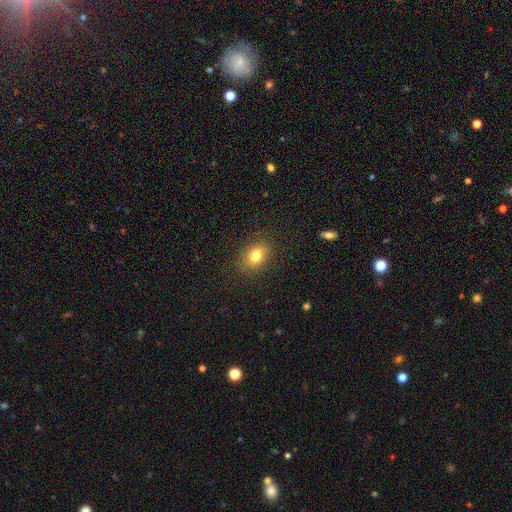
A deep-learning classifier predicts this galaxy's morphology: A smooth galaxy with no disk features (79%) that is in between round and cigar-shaped (70%).

Vote fractions:
- Smooth or featured? smooth: 79% / featured or disk: 11% / star or artifact: 11%
- How rounded? in between: 70% / round: 29% / cigar-shaped: 1%
- Merging? none: 85% / minor disturbance: 11% / major disturbance: 4% / merger: 1%